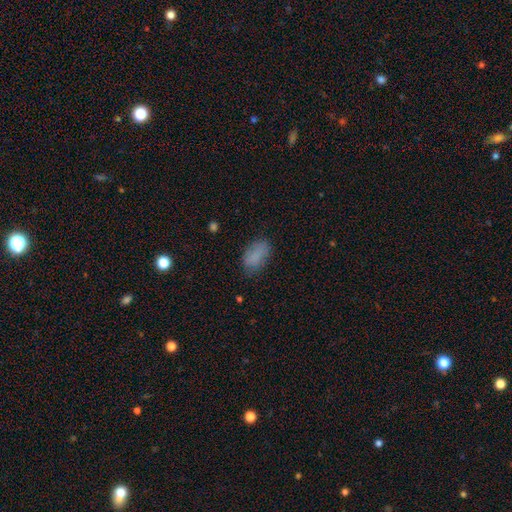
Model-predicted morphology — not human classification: Smooth or featured? Predicted: smooth (p=0.82). How rounded? Predicted: in between (p=0.92). Merging? Predicted: none (p=0.72).